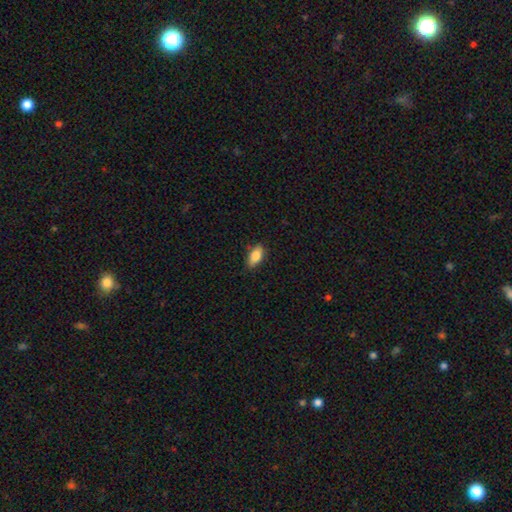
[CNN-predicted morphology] smooth-or-featured: smooth: 82% | featured or disk: 11% | star or artifact: 7%
  how-rounded: in between: 88% | cigar-shaped: 8% | round: 4%
  merging: none: 85% | minor disturbance: 12% | major disturbance: 2% | merger: 1%